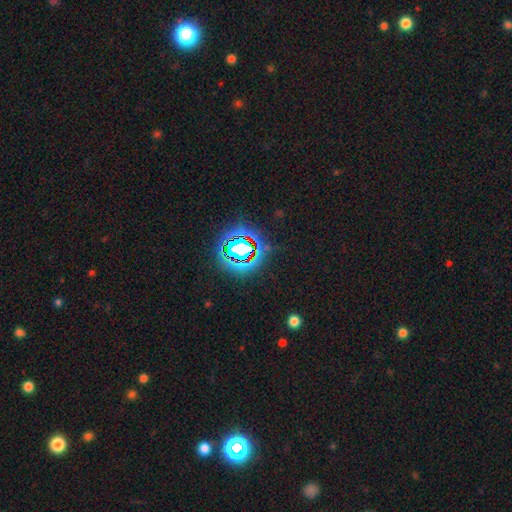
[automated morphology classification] Overall: star or artifact (82%).